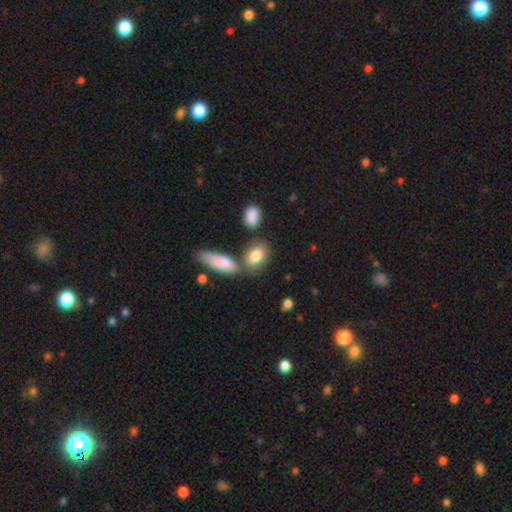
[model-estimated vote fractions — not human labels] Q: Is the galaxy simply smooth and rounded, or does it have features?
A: smooth — 81%.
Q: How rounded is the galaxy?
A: in between — 78%.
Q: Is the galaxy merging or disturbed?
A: none — 62%.